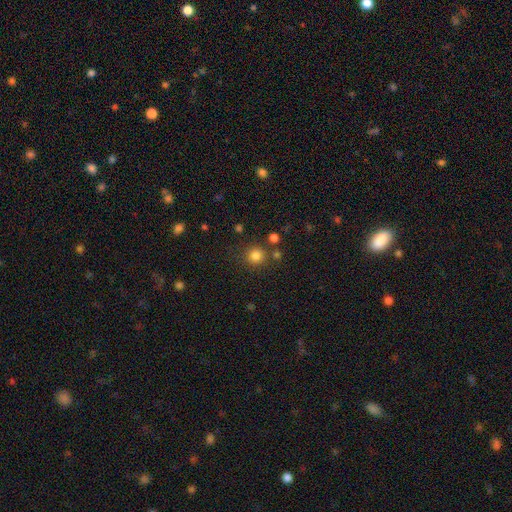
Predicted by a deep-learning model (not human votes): Smooth or featured? Predicted: smooth (p=0.82). How rounded? Predicted: round (p=0.92). Merging? Predicted: none (p=0.79).